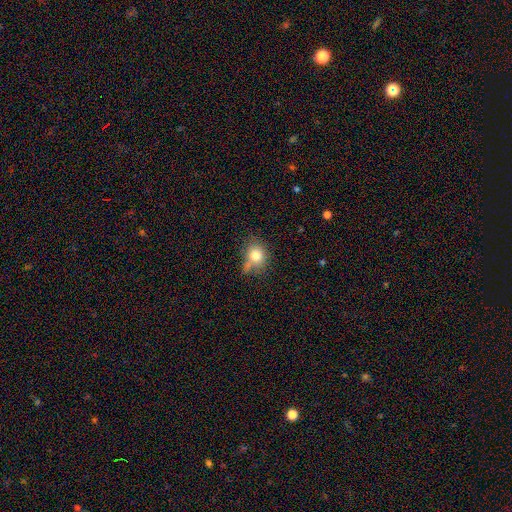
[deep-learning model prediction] Smooth or featured? smooth (78%)
How rounded? round (66%)
Merging? none (55%)